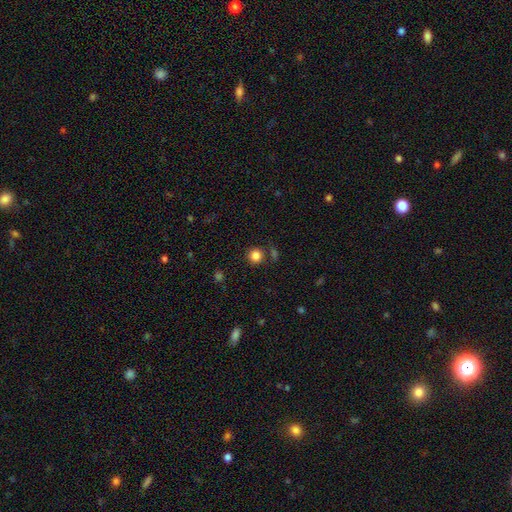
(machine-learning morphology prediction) Smooth or featured?
  - smooth: 84% *
  - star or artifact: 11%
  - featured or disk: 5%
How rounded?
  - round: 93% *
  - in between: 7%
  - cigar-shaped: 1%
Merging?
  - none: 83% *
  - minor disturbance: 8%
  - merger: 6%
  - major disturbance: 3%